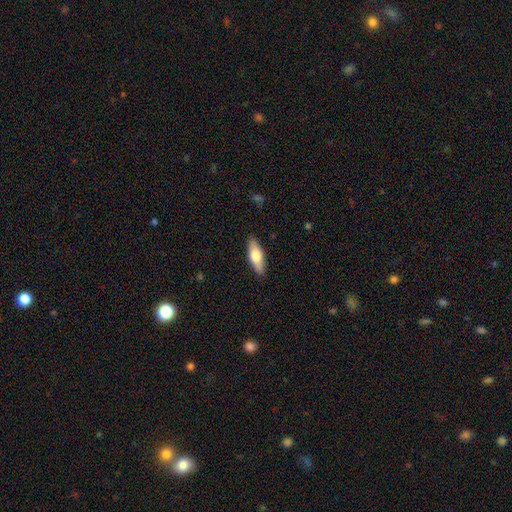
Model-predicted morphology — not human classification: Smooth or featured? smooth (62%)
How rounded? in between (61%)
Merging? none (88%)